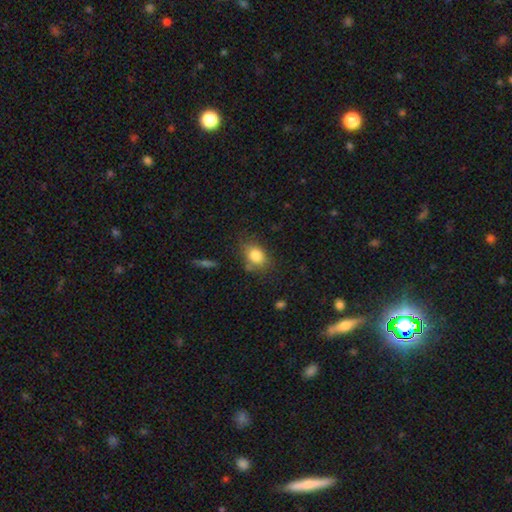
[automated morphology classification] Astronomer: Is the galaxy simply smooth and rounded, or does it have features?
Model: smooth — 81%.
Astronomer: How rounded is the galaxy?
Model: in between — 73%.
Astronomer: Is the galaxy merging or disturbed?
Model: none — 71%.